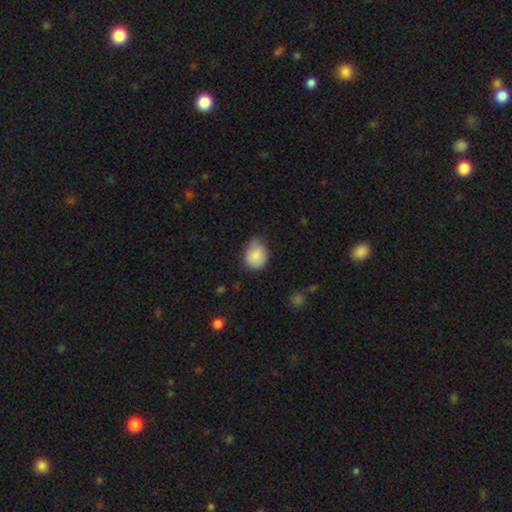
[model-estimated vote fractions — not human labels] Smooth or featured?
  - smooth: 86% *
  - featured or disk: 7%
  - star or artifact: 7%
How rounded?
  - round: 50% *
  - in between: 49%
  - cigar-shaped: 1%
Merging?
  - none: 60% *
  - minor disturbance: 32%
  - major disturbance: 6%
  - merger: 2%